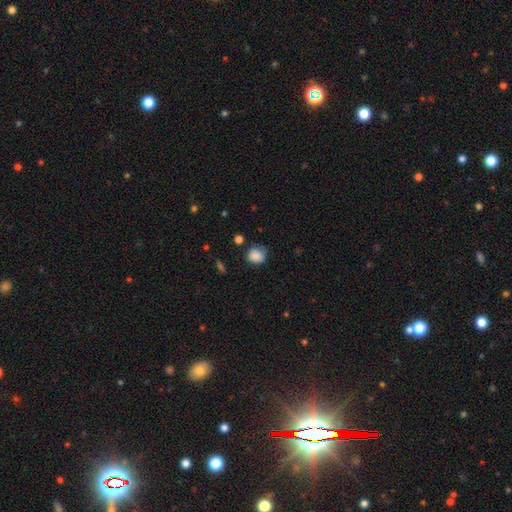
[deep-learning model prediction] smooth 86%, star or artifact 9%, featured or disk 5%. Down the decision tree: how rounded — round (75%); merging — none (67%).